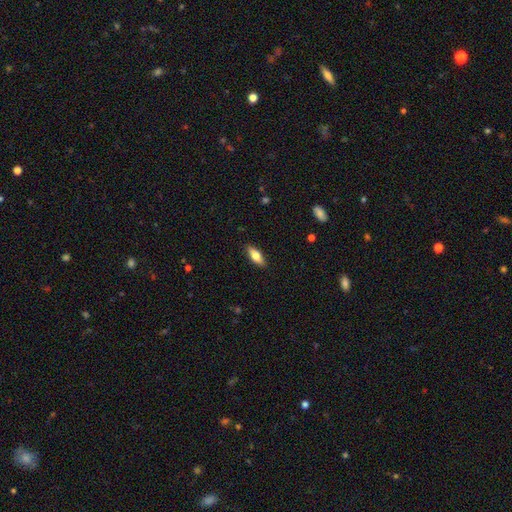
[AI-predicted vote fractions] smooth_or_featured: smooth (p=0.66) [alt: featured or disk p=0.27]
how_rounded: in between (p=0.65) [alt: cigar-shaped p=0.32]
merging: none (p=0.88) [alt: minor disturbance p=0.09]